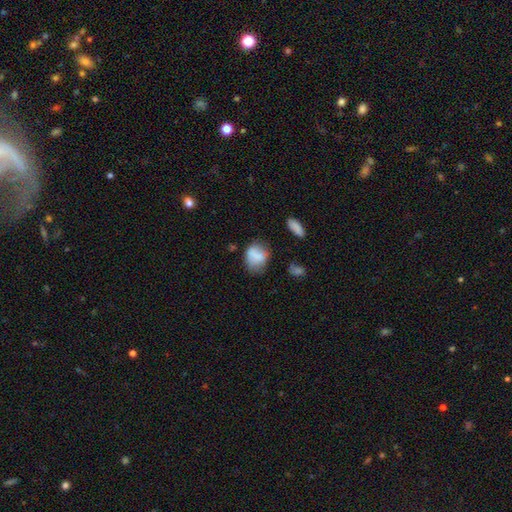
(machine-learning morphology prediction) A smooth galaxy with no disk features (76%) that is in between round and cigar-shaped (58%).

Vote fractions:
- Smooth or featured? smooth: 76% / featured or disk: 15% / star or artifact: 9%
- How rounded? in between: 58% / round: 41% / cigar-shaped: 1%
- Merging? none: 52% / minor disturbance: 29% / major disturbance: 11% / merger: 7%